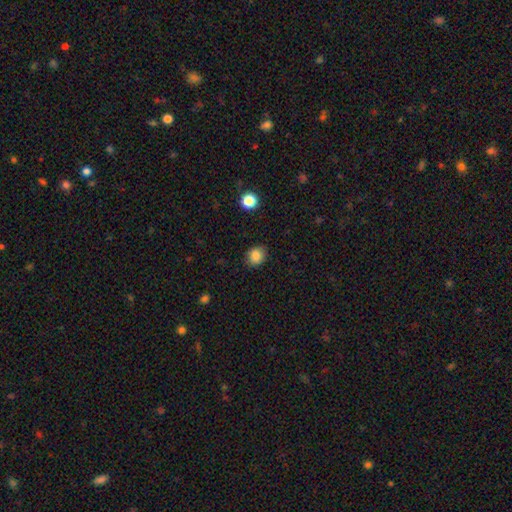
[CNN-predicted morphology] Q: Smooth or featured?
A: smooth (85%); runner-up: star or artifact (10%)
Q: How rounded?
A: round (65%); runner-up: in between (34%)
Q: Merging?
A: none (85%); runner-up: minor disturbance (11%)